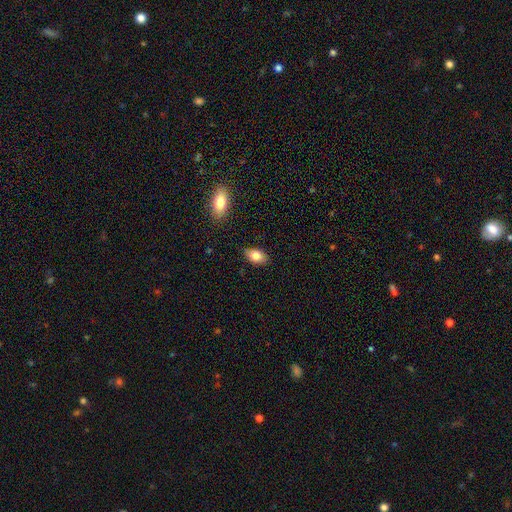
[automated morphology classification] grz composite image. It shows a smooth galaxy with no disk features (81%) that is in between round and cigar-shaped (90%). Merging: none (84%).